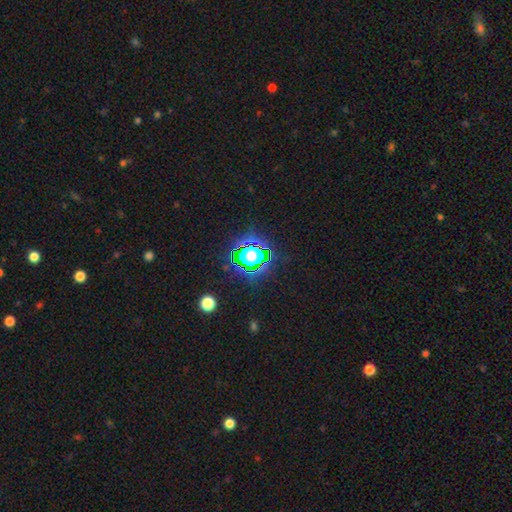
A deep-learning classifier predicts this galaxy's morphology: Smooth or featured? Predicted: star or artifact (p=0.82).